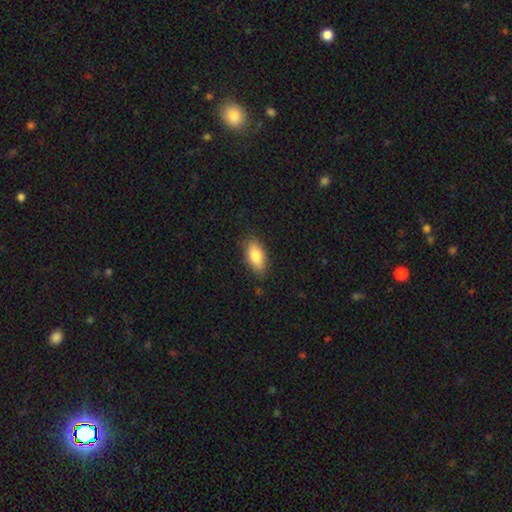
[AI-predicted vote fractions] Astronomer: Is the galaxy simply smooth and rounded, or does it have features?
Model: smooth — 82%.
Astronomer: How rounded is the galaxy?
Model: in between — 87%.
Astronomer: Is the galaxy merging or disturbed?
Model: none — 82%.